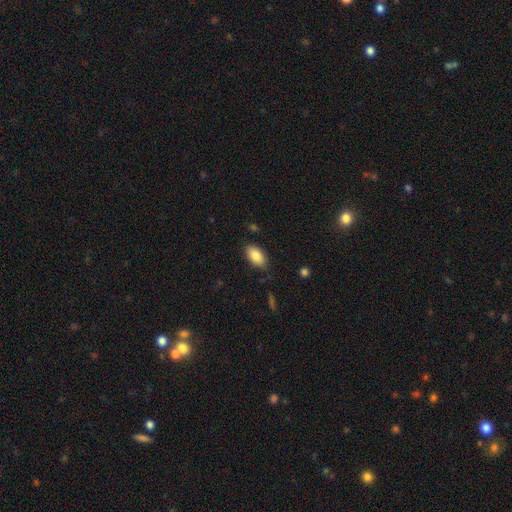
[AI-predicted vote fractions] The model was most divided on "merging": none: 81%, minor disturbance: 14%, major disturbance: 3%, merger: 1%. More confident: how rounded — in between (94%); smooth or featured — smooth (86%).